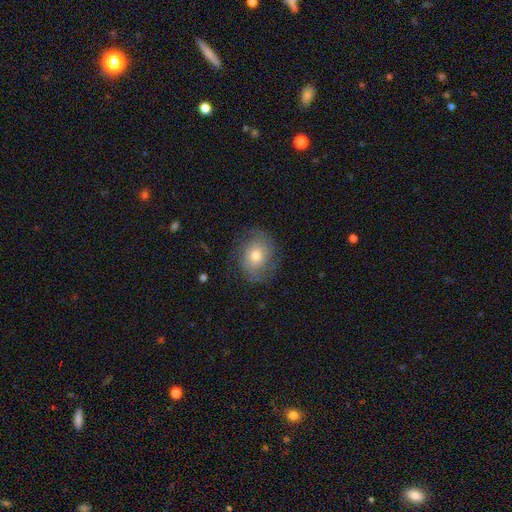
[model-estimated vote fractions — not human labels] Morphology: type=smooth (56%); roundness=round (60%); merging=none (71%).